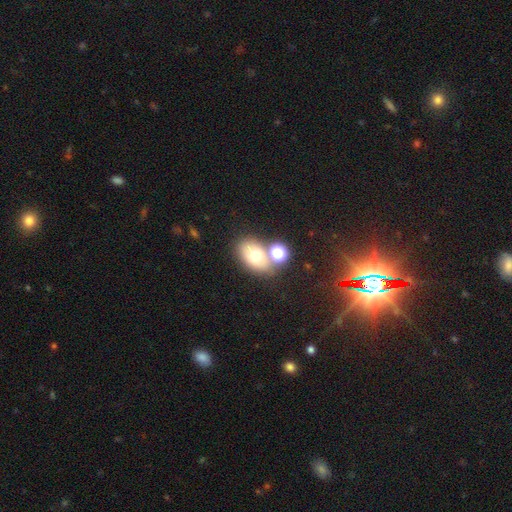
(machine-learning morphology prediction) smooth 67%, featured or disk 20%, star or artifact 13%. Down the decision tree: how rounded — in between (75%); merging — none (57%).